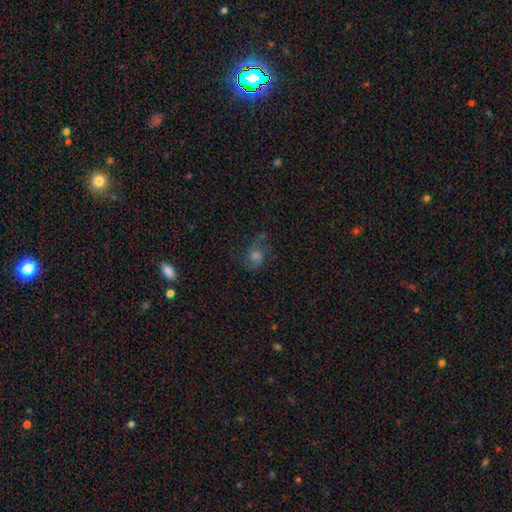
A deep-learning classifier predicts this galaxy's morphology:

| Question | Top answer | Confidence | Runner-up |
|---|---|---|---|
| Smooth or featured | featured or disk | 45% | smooth (34%) |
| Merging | none | 65% | minor disturbance (19%) |